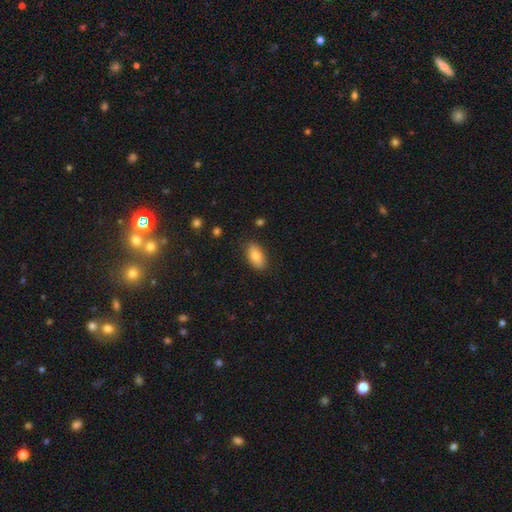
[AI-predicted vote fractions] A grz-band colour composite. It shows a smooth galaxy with no disk features (79%) that is in between round and cigar-shaped (90%). Merging: none (85%).